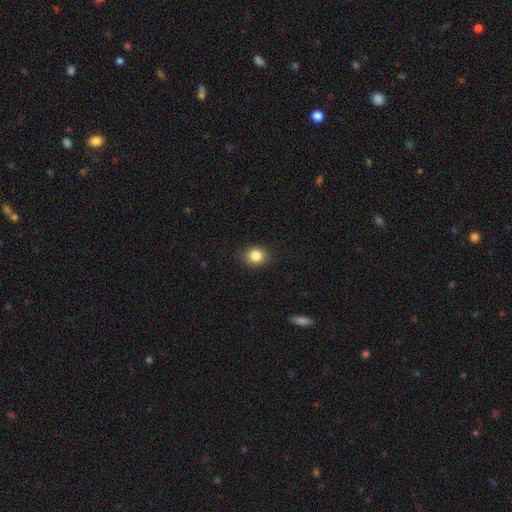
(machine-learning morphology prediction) type=smooth (85%); roundness=round (69%); merging=none (87%).